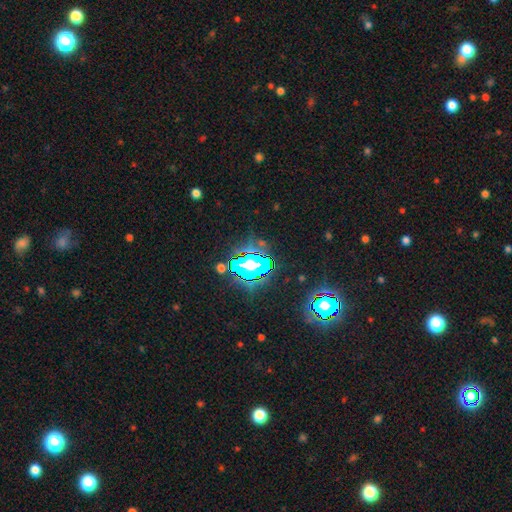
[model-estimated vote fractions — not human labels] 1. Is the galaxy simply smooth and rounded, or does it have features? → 84% star or artifact, 9% smooth, 7% featured or disk.